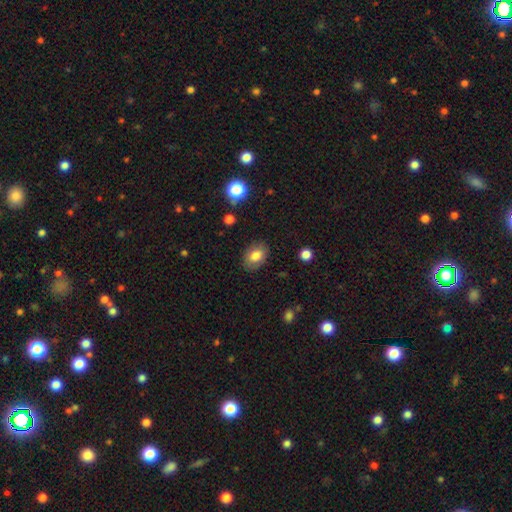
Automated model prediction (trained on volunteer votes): A smooth galaxy with no disk features (80%) that is in between round and cigar-shaped (77%). Merging: none (84%).